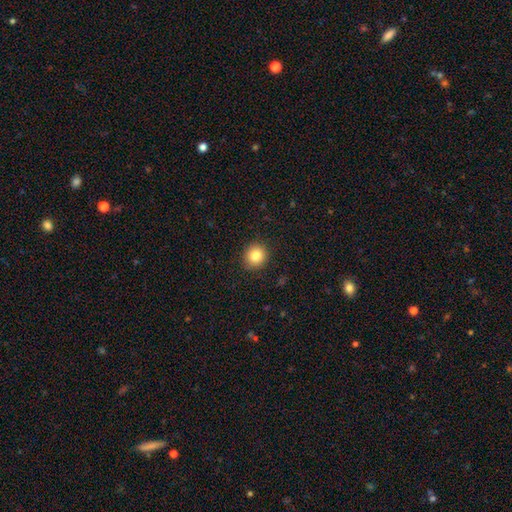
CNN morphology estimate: This is clearly a smooth galaxy (83%). How rounded: clearly round (89%). Merging: clearly none (91%).